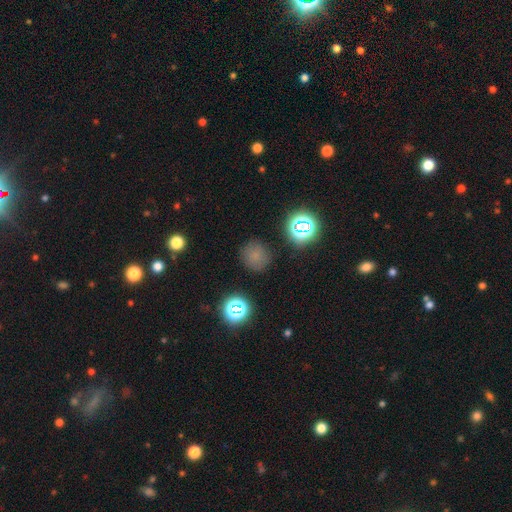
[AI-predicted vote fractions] smooth 72%, star or artifact 21%, featured or disk 7%. Down the decision tree: how rounded — round (90%); merging — none (83%).